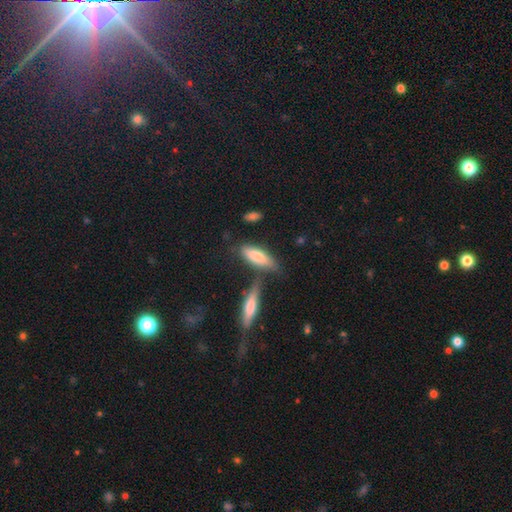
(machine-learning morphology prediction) smooth_or_featured: smooth (p=0.76) [alt: featured or disk p=0.18]
how_rounded: in between (p=0.55) [alt: cigar-shaped p=0.44]
merging: none (p=0.58) [alt: merger p=0.20]